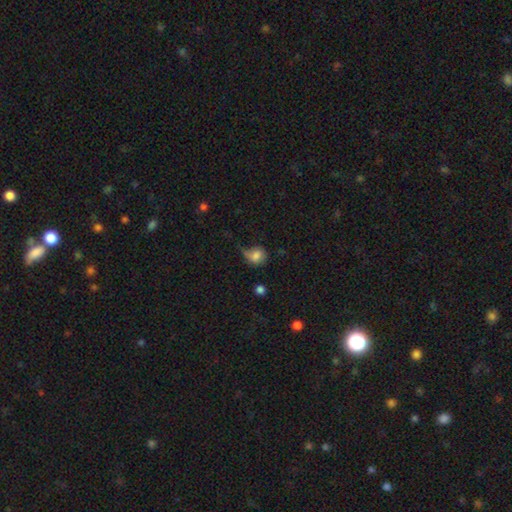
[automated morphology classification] Overall: smooth (73%). How rounded: round (63%; in between 36%). Merging: none (35%; minor disturbance 33%).